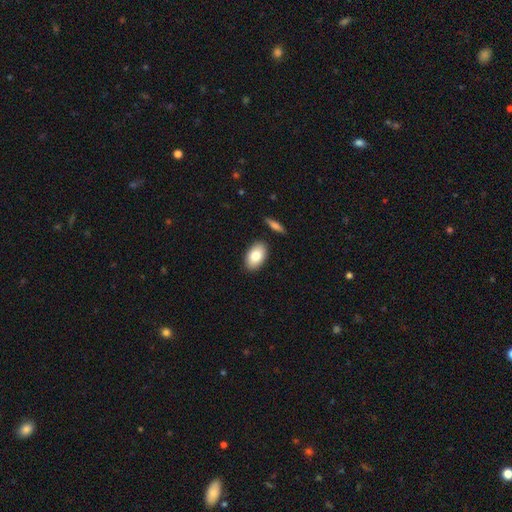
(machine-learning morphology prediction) smooth_or_featured: smooth (p=0.81) [alt: featured or disk p=0.13]
how_rounded: in between (p=0.92) [alt: round p=0.06]
merging: none (p=0.86) [alt: minor disturbance p=0.09]